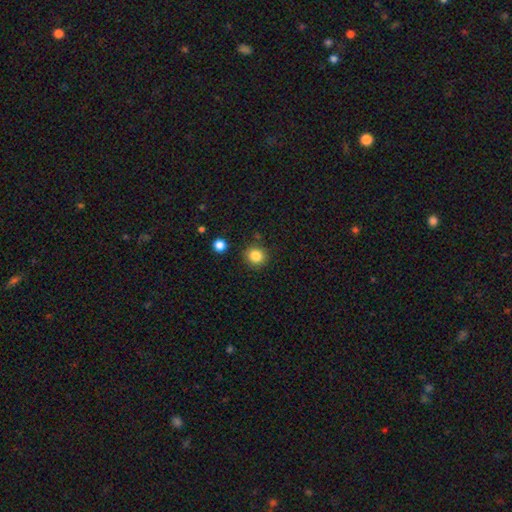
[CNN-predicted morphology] Overall: smooth (85%). How rounded: round (88%). Merging: none (86%).